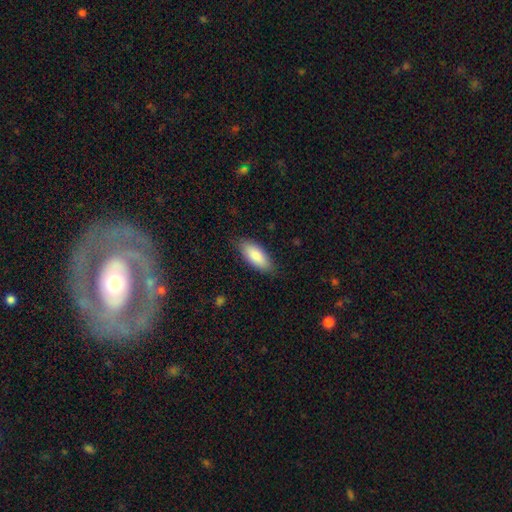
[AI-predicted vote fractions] smooth 85%, featured or disk 9%, star or artifact 6%. Down the decision tree: how rounded — in between (83%); merging — none (83%).